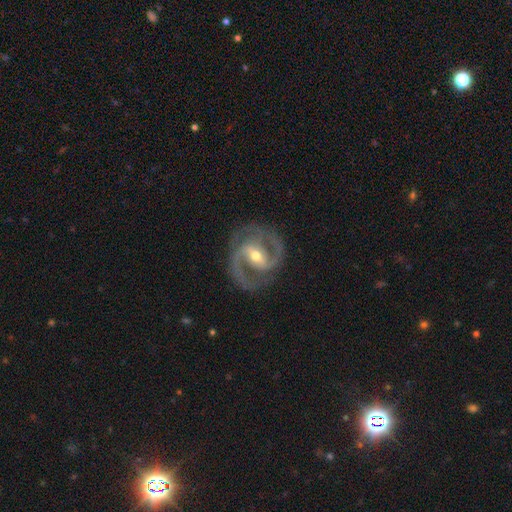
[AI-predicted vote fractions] Morphology: type=featured or disk (92%); edge-on=no (98%); bar=strong (43%); spiral arms=yes (98%); winding=medium (64%); arm count=2 (92%); bulge=moderate (61%); merging=none (82%).